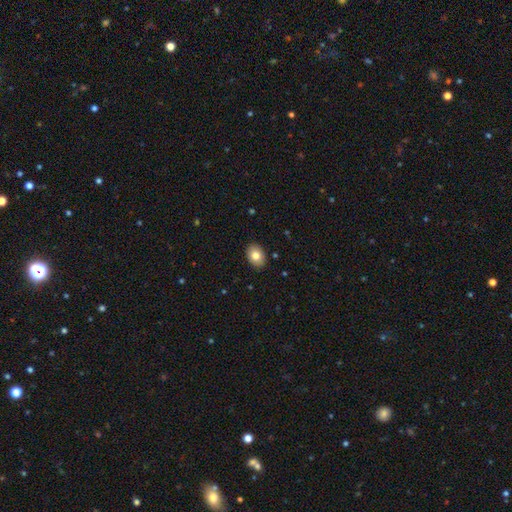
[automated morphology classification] smooth_or_featured: smooth (p=0.81) [alt: featured or disk p=0.11]
how_rounded: in between (p=0.72) [alt: round p=0.27]
merging: none (p=0.89) [alt: minor disturbance p=0.08]